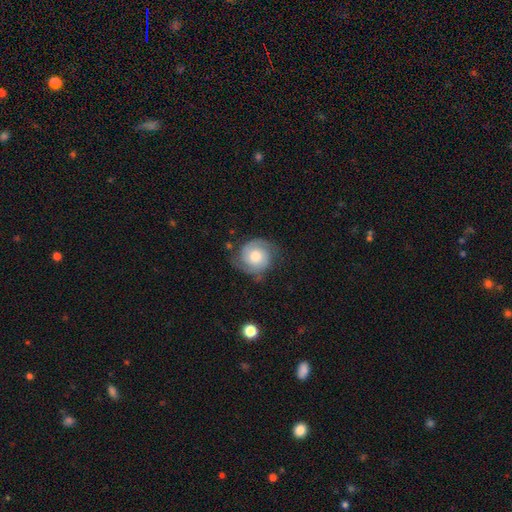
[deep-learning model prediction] This is likely a featured or disk galaxy (73%). It is clearly not viewed edge-on (98%). Bar: likely no (73%). Spiral arm pattern: clearly yes (94%). Spiral arm count: clearly 2 (85%). Spiral winding: possibly tight (51%). Central bulge: likely moderate (62%). Merging: likely none (71%).